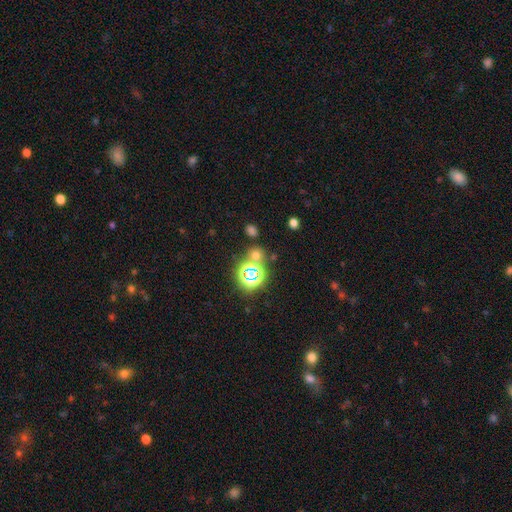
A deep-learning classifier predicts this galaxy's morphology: smooth_or_featured: smooth (p=0.48) [alt: star or artifact p=0.45]
merging: none (p=0.73) [alt: merger p=0.14]